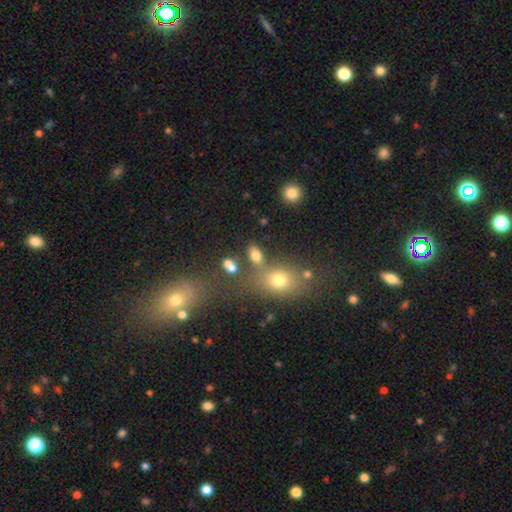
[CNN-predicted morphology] A smooth galaxy with no disk features (73%) that is in between round and cigar-shaped (79%).

Vote fractions:
- Smooth or featured? smooth: 73% / star or artifact: 15% / featured or disk: 12%
- How rounded? in between: 79% / round: 17% / cigar-shaped: 4%
- Merging? none: 61% / merger: 20% / minor disturbance: 13% / major disturbance: 6%